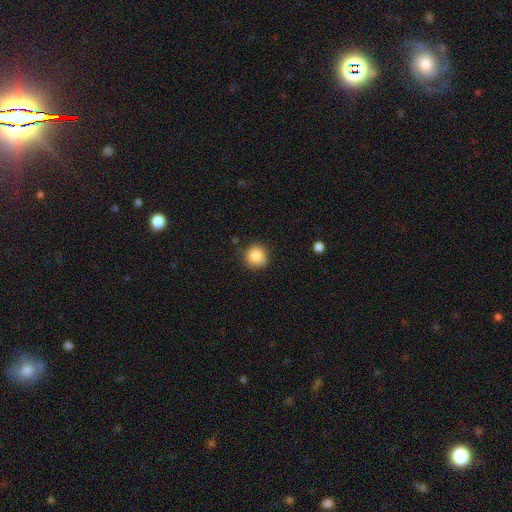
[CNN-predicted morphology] smooth-or-featured: smooth: 84% | star or artifact: 10% | featured or disk: 6%
  how-rounded: round: 92% | in between: 7% | cigar-shaped: 1%
  merging: none: 84% | minor disturbance: 12% | major disturbance: 3% | merger: 2%